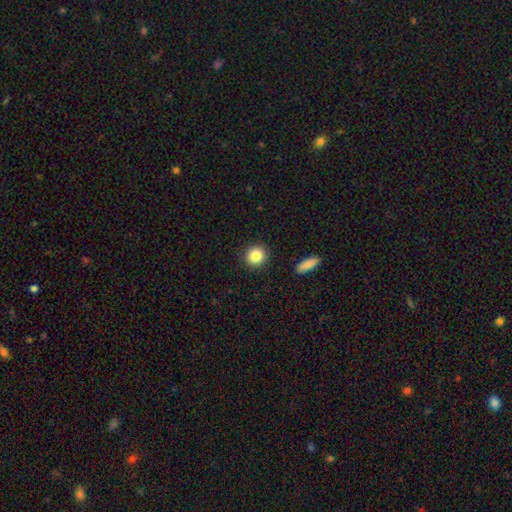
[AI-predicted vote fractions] A smooth galaxy with no disk features (85%) that is round (89%).

Vote fractions:
- Smooth or featured? smooth: 85% / star or artifact: 9% / featured or disk: 6%
- How rounded? round: 89% / in between: 10% / cigar-shaped: 1%
- Merging? none: 91% / minor disturbance: 6% / major disturbance: 2% / merger: 2%